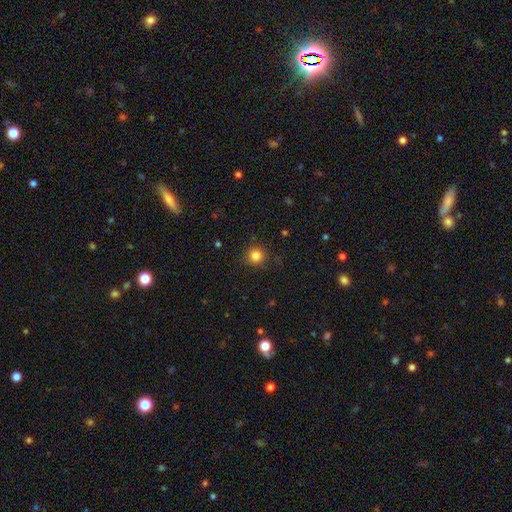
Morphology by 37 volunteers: smooth-or-featured: smooth: 95% | star or artifact: 5% | featured or disk: 0%
  how-rounded: round: 97% | cigar-shaped: 3% | in between: 0%
  merging: none: 89% | minor disturbance: 6% | merger: 6% | major disturbance: 0%